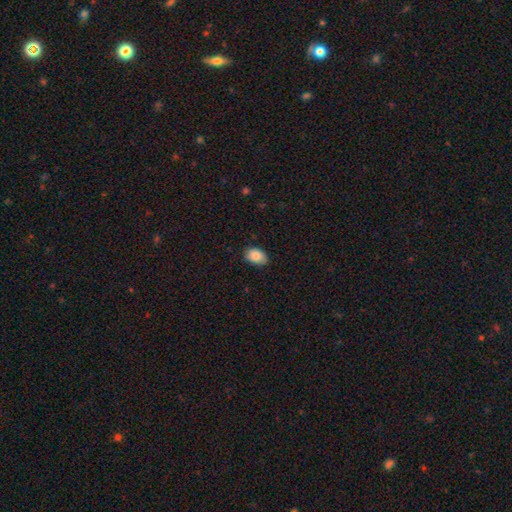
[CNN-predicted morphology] This is clearly a smooth galaxy (89%). How rounded: clearly in between (84%). Merging: clearly none (82%).